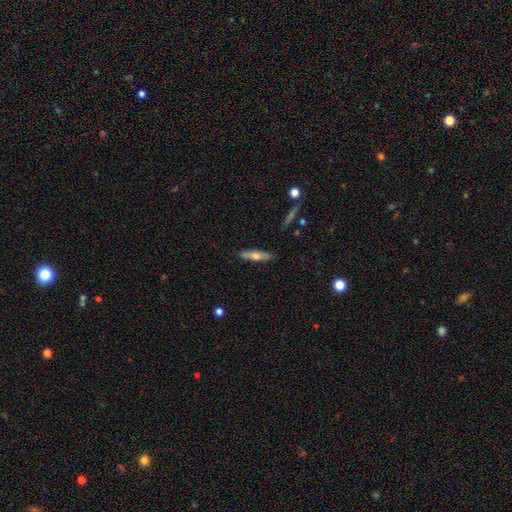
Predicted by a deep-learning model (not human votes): This is possibly a smooth galaxy (50%). Merging: clearly none (87%).